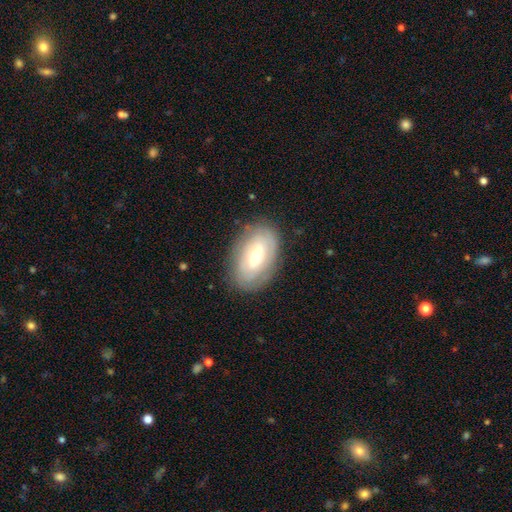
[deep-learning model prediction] Smooth or featured? Predicted: featured or disk (p=0.55). Edge-on disk? Predicted: no (p=0.91). Bar? Predicted: no (p=0.54). Spiral arms? Predicted: yes (p=0.51). Bulge size? Predicted: moderate (p=0.52). Merging? Predicted: none (p=0.82).